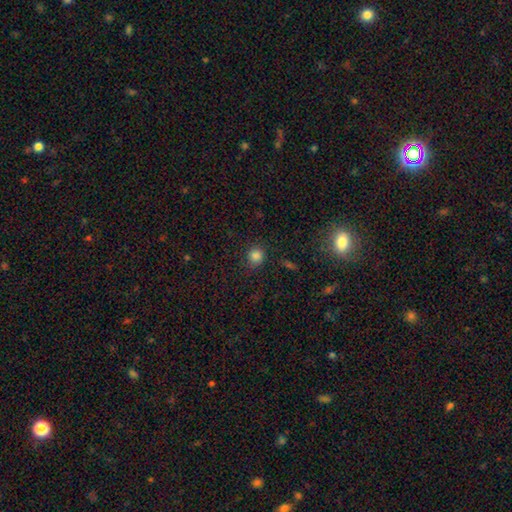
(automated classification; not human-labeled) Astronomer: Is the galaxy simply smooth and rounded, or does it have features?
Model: smooth — 82%.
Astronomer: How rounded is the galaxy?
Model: round — 83%.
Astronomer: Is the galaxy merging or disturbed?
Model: none — 83%.